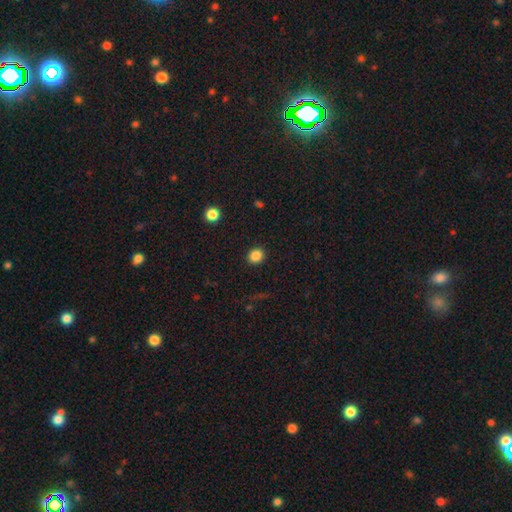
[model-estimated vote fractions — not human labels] Overall: smooth (86%). How rounded: round (77%). Merging: none (90%).